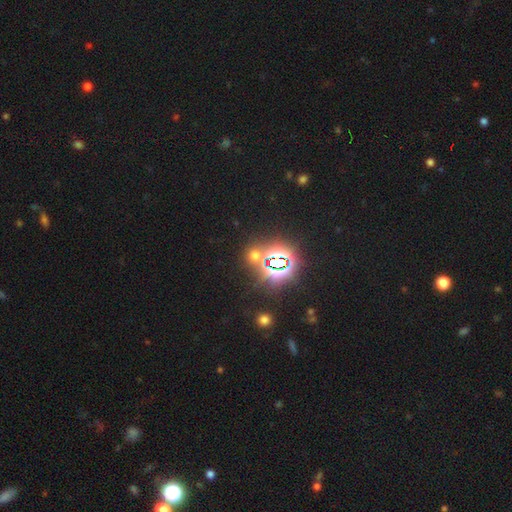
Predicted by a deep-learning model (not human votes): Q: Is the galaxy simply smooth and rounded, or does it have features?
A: star or artifact — 59%.